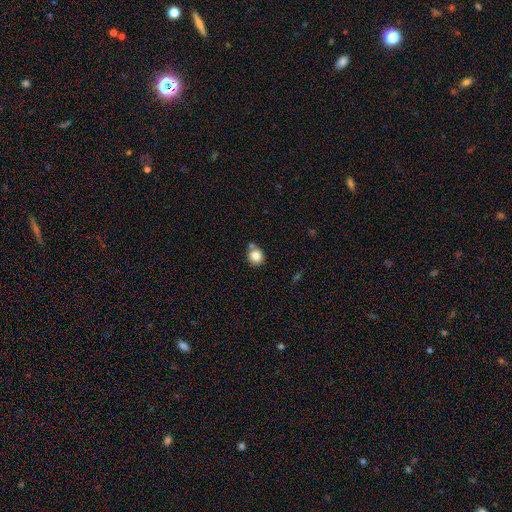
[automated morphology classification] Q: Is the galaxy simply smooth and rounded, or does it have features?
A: smooth — 82%.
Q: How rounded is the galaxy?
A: round — 85%.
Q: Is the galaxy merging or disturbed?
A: none — 64%.